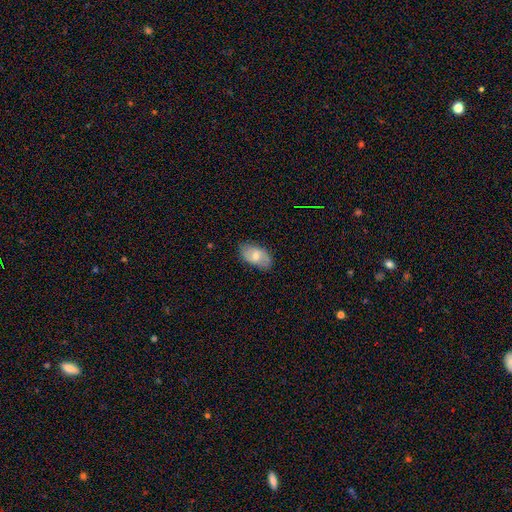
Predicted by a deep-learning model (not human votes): Smooth or featured: smooth — 60% (featured or disk — 33%)
How rounded: in between — 93% (round — 5%)
Merging: none — 79% (minor disturbance — 17%)